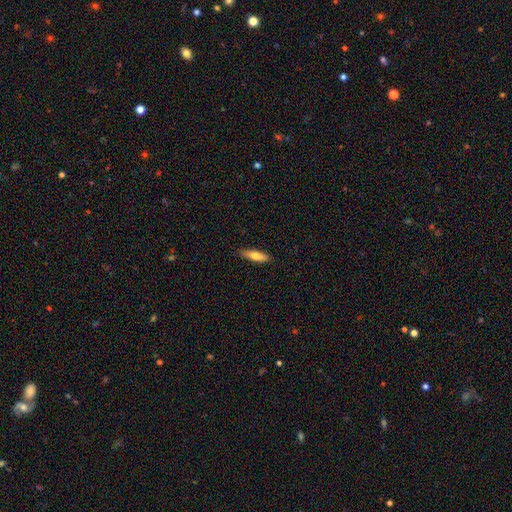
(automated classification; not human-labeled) The model was most divided on "how rounded": cigar-shaped: 72%, in between: 27%, round: 2%. More confident: merging — none (88%); smooth or featured — smooth (70%).